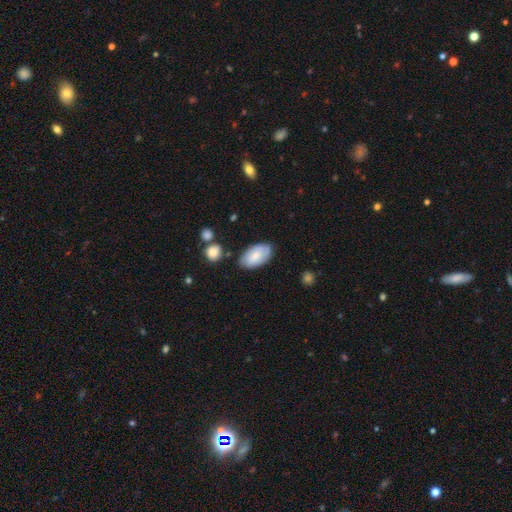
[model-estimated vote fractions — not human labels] This is likely a smooth galaxy (67%). How rounded: clearly in between (95%). Merging: likely none (73%).